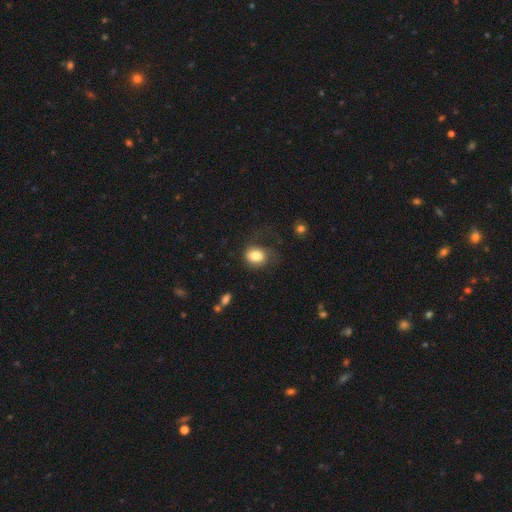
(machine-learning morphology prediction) A smooth galaxy with no disk features (80%) that is in between round and cigar-shaped (54%). Merging: none (52%).